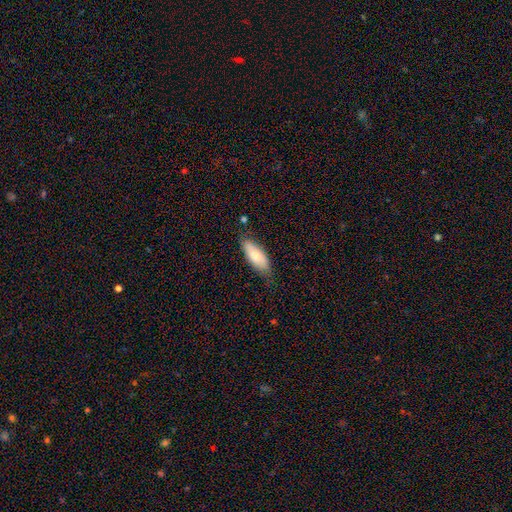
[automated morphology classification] Smooth or featured: smooth — 74% (featured or disk — 20%)
How rounded: in between — 78% (cigar-shaped — 20%)
Merging: none — 73% (minor disturbance — 22%)